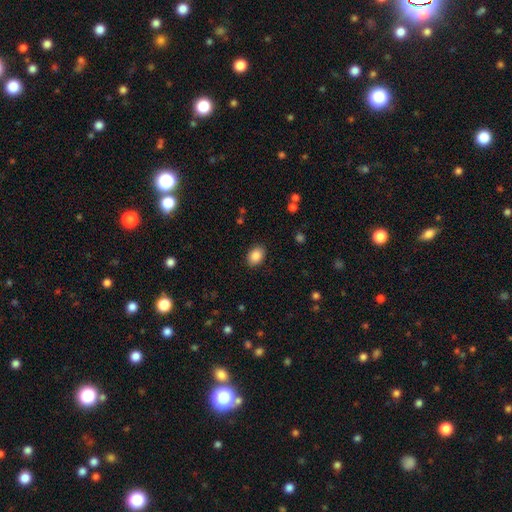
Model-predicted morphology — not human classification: Overall: smooth (87%). How rounded: in between (79%). Merging: none (88%).